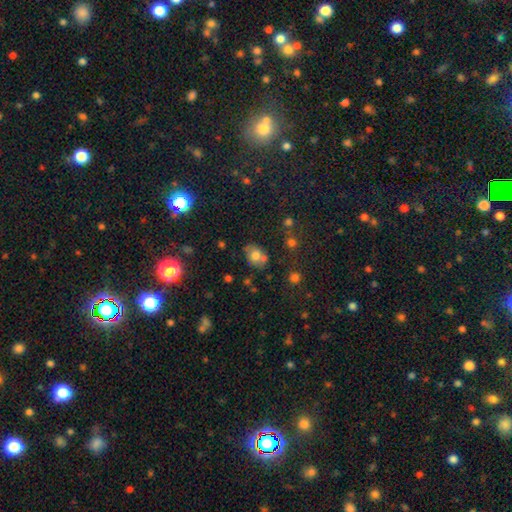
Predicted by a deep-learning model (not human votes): smooth-or-featured: smooth: 71% | featured or disk: 17% | star or artifact: 13%
  how-rounded: in between: 57% | round: 42% | cigar-shaped: 1%
  merging: none: 59% | merger: 18% | minor disturbance: 18% | major disturbance: 5%